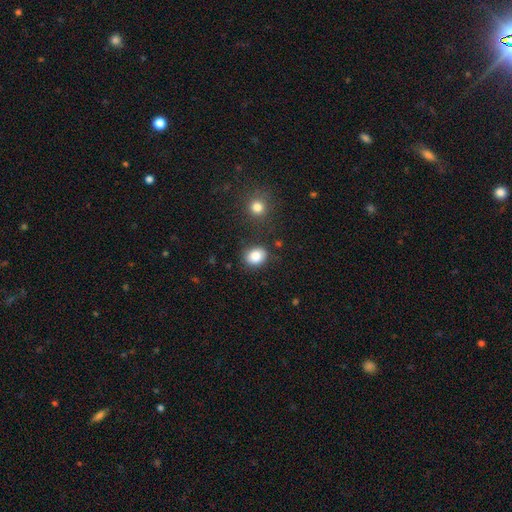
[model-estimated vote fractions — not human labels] Smooth or featured: smooth — 85% (star or artifact — 9%)
How rounded: round — 56% (in between — 44%)
Merging: none — 80% (minor disturbance — 12%)